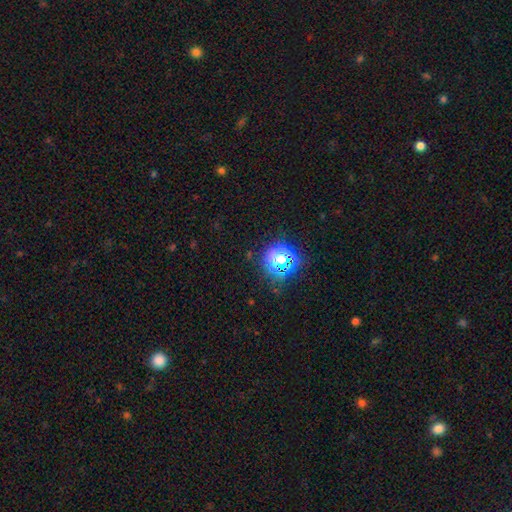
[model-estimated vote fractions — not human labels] This is likely a star or artifact rather than a galaxy (74%).